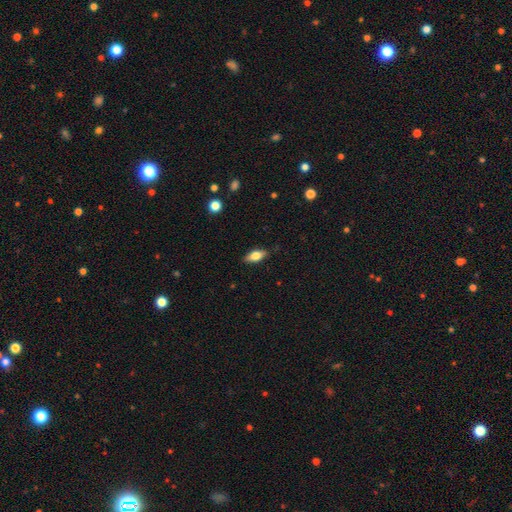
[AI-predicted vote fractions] Morphology: type=smooth (68%); roundness=in between (81%); merging=none (85%).